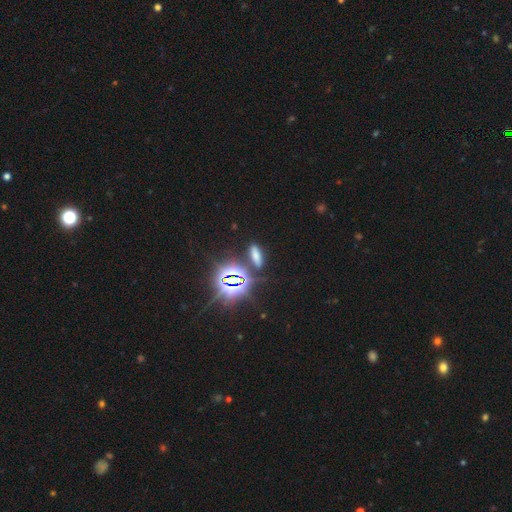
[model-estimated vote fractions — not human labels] Q: Smooth or featured?
A: smooth (52%); runner-up: star or artifact (38%)
Q: How rounded?
A: in between (55%); runner-up: cigar-shaped (36%)
Q: Merging?
A: none (80%); runner-up: minor disturbance (10%)